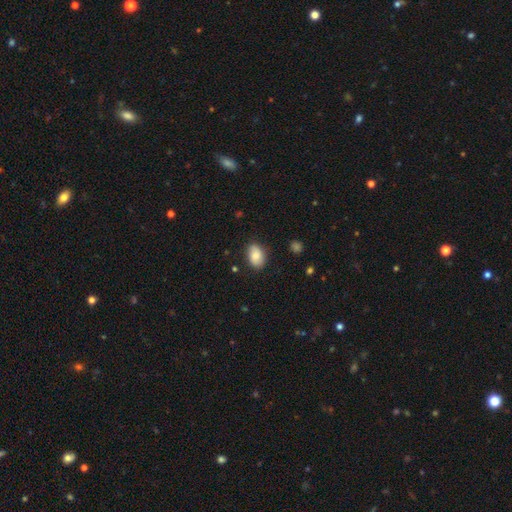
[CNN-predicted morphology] smooth-or-featured: smooth: 83% | featured or disk: 10% | star or artifact: 7%
  how-rounded: in between: 85% | round: 14% | cigar-shaped: 1%
  merging: none: 81% | minor disturbance: 15% | major disturbance: 3% | merger: 1%